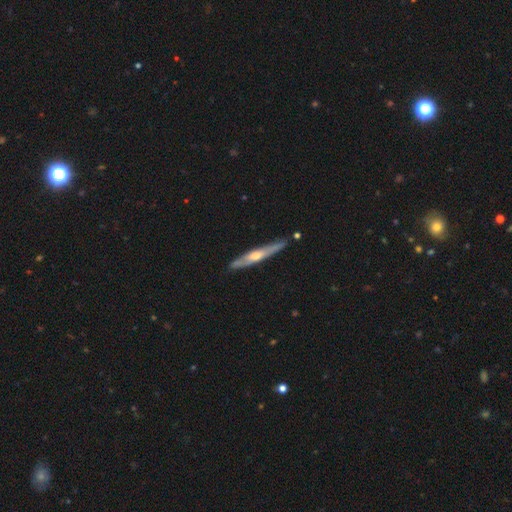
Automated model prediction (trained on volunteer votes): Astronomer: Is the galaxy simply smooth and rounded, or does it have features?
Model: featured or disk — 67%.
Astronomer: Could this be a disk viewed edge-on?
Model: yes — 92%.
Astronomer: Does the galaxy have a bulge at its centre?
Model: rounded — 80%.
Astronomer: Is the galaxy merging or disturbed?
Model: none — 84%.